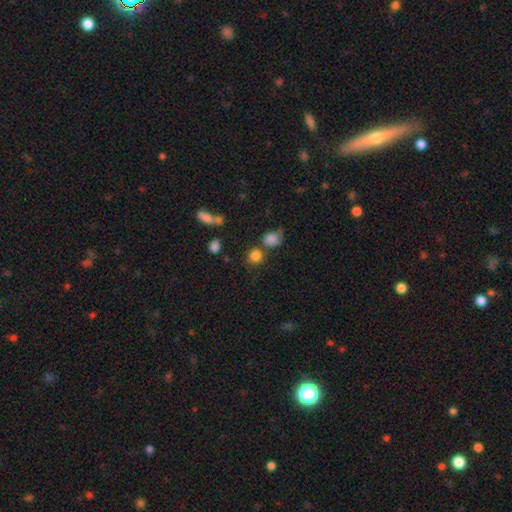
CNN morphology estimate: This appears to be a smooth galaxy with no disk features (81%) that is round (87%). Merging: none (66%).